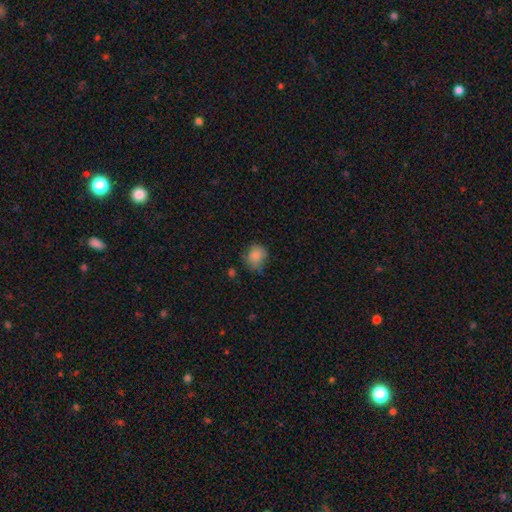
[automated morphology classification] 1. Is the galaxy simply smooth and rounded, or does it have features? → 84% smooth, 9% star or artifact, 7% featured or disk.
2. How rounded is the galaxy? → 70% round, 30% in between, 1% cigar-shaped.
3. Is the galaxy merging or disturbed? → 59% none, 30% minor disturbance, 9% major disturbance, 3% merger.